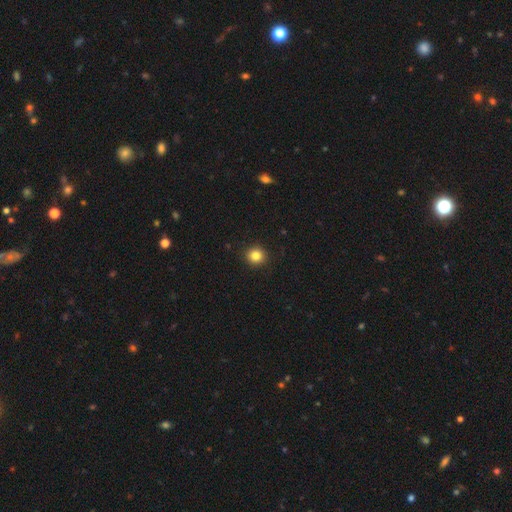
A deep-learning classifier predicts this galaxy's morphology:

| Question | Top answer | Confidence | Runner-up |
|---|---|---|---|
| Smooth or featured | smooth | 84% | star or artifact (11%) |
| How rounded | round | 89% | in between (10%) |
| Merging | none | 93% | minor disturbance (5%) |